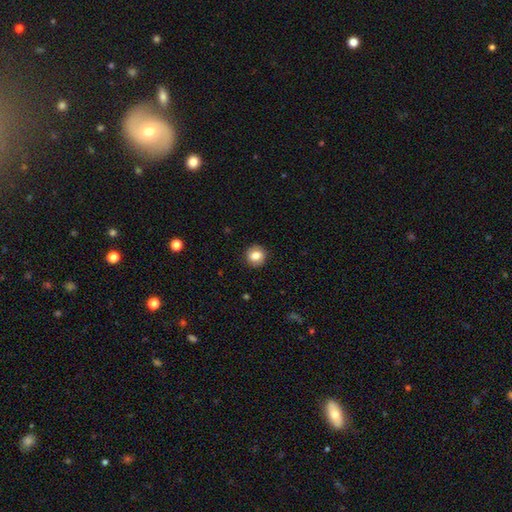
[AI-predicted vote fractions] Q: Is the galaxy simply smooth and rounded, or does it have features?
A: smooth — 81%.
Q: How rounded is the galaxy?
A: round — 89%.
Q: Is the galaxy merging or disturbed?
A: none — 90%.